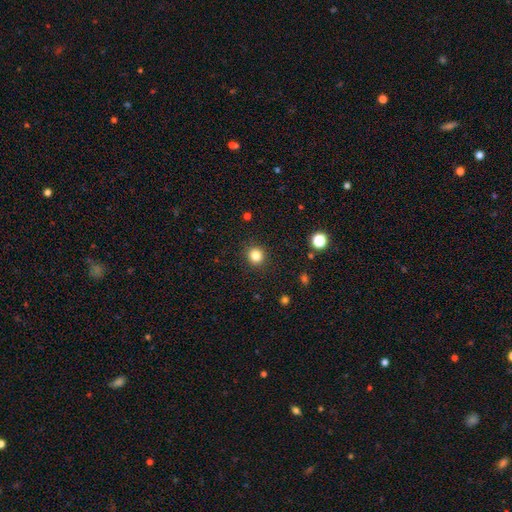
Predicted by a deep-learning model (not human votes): Smooth or featured? Predicted: smooth (p=0.83). How rounded? Predicted: round (p=0.91). Merging? Predicted: none (p=0.91).